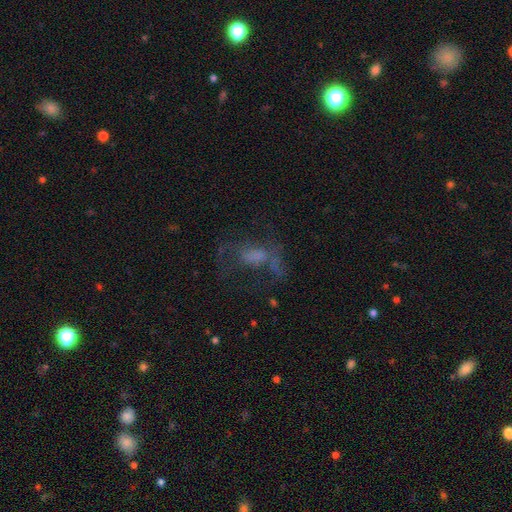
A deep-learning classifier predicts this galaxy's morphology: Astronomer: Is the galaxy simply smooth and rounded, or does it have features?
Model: featured or disk — 44% (runner-up: smooth, 34%).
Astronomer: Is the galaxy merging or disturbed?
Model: major disturbance — 42% (runner-up: none, 35%).